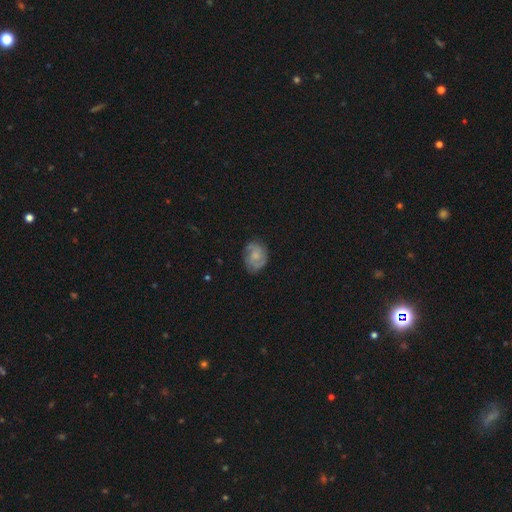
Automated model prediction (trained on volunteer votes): Overall: featured or disk (56%; smooth 37%). Edge-on disk: no (97%). Bar: no (73%). Spiral arms: yes (84%). Bulge size: small (38%; moderate 34%). Merging: none (73%).